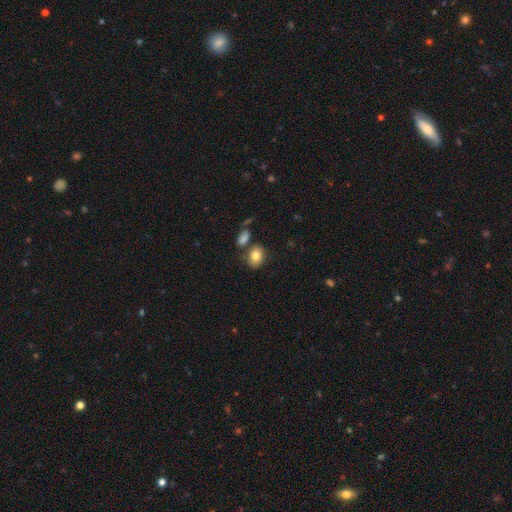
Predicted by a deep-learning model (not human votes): A smooth galaxy with no disk features (81%) that is in between round and cigar-shaped (65%).

Vote fractions:
- Smooth or featured? smooth: 81% / featured or disk: 10% / star or artifact: 9%
- How rounded? in between: 65% / round: 34% / cigar-shaped: 1%
- Merging? none: 67% / minor disturbance: 14% / merger: 14% / major disturbance: 4%